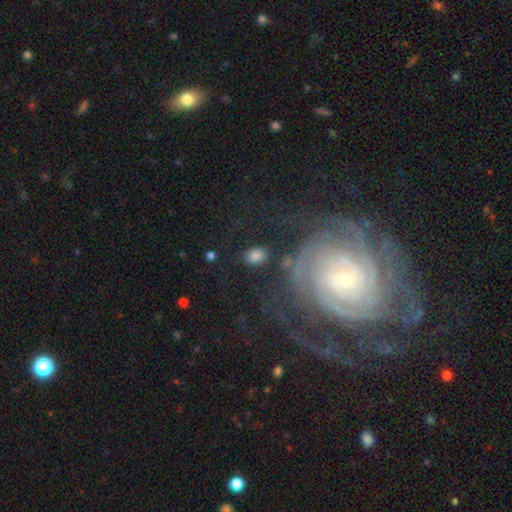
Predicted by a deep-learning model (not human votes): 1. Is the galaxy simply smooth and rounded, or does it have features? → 77% smooth, 12% star or artifact, 11% featured or disk.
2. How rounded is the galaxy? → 70% in between, 29% round, 2% cigar-shaped.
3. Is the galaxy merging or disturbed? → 76% none, 13% minor disturbance, 7% major disturbance, 4% merger.